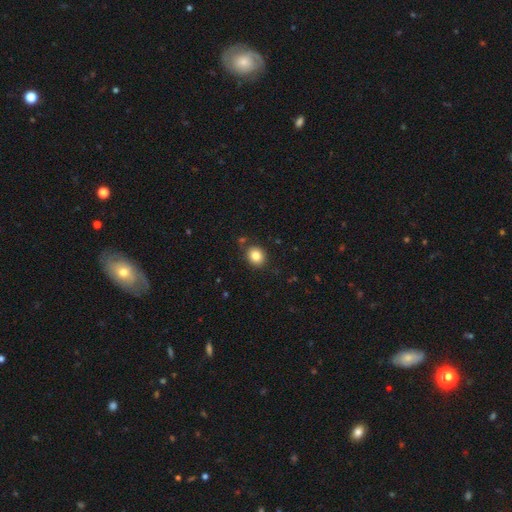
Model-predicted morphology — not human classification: Smooth or featured? smooth (84%)
How rounded? round (72%)
Merging? none (84%)